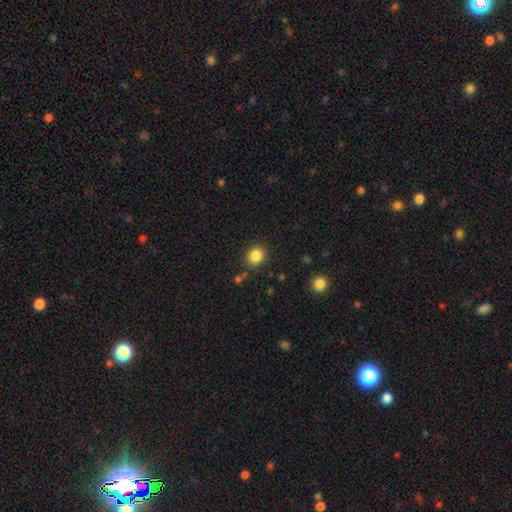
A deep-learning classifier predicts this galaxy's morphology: smooth_or_featured: smooth (p=0.85) [alt: star or artifact p=0.10]
how_rounded: round (p=0.72) [alt: in between p=0.27]
merging: none (p=0.86) [alt: minor disturbance p=0.09]